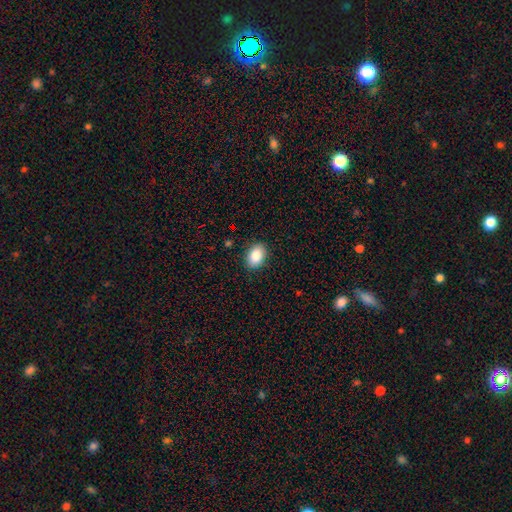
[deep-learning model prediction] smooth-or-featured: smooth: 88% | star or artifact: 7% | featured or disk: 5%
  how-rounded: in between: 85% | round: 13% | cigar-shaped: 1%
  merging: none: 88% | minor disturbance: 9% | major disturbance: 2% | merger: 1%